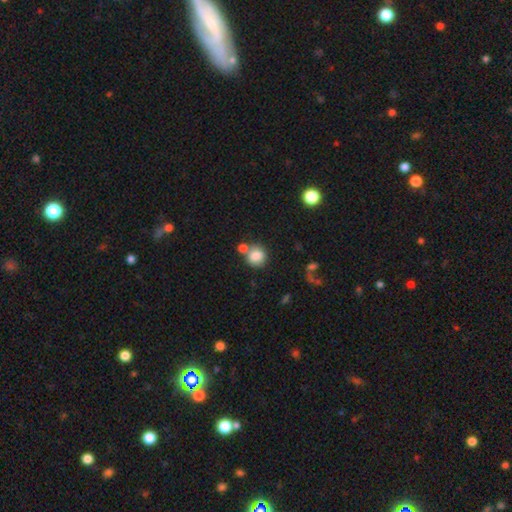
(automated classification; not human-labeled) Overall: smooth (84%). How rounded: round (82%). Merging: none (58%; merger 26%).